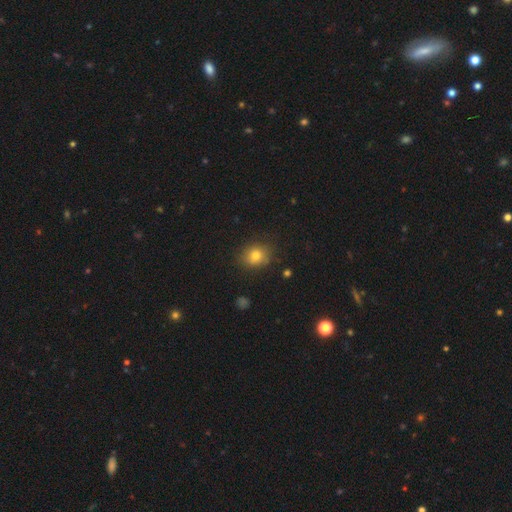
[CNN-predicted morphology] This appears to be a smooth galaxy with no disk features (79%) that is round (61%). Merging: none (82%).